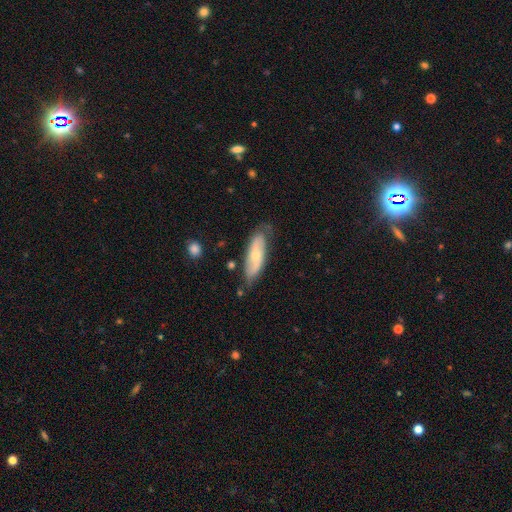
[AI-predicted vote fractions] This appears to be a featured or disk galaxy (48%). Merging: none (67%).